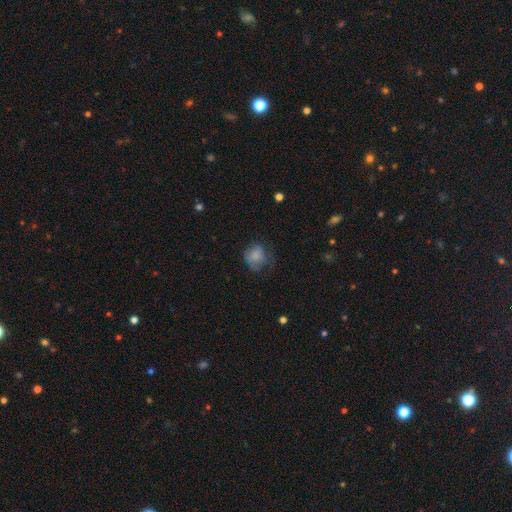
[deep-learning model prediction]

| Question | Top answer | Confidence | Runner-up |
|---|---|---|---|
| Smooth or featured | smooth | 76% | featured or disk (14%) |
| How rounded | round | 70% | in between (29%) |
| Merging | none | 49% | minor disturbance (28%) |